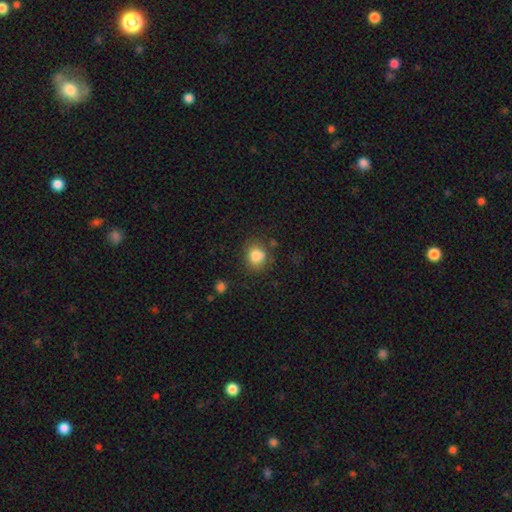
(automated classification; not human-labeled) Morphology: type=smooth (83%); roundness=round (72%); merging=none (70%).